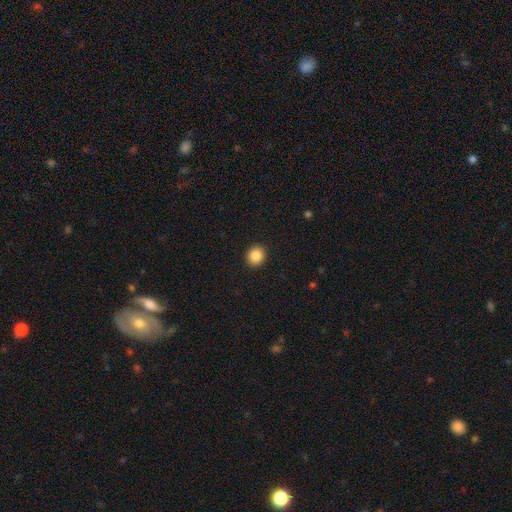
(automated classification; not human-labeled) Smooth or featured: smooth — 86% (star or artifact — 10%)
How rounded: round — 83% (in between — 16%)
Merging: none — 93% (minor disturbance — 5%)